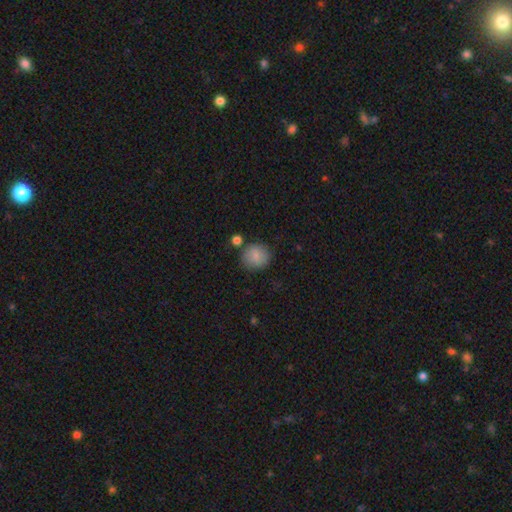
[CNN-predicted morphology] smooth-or-featured: smooth: 83% | featured or disk: 9% | star or artifact: 8%
  how-rounded: round: 86% | in between: 13% | cigar-shaped: 1%
  merging: none: 77% | minor disturbance: 12% | merger: 7% | major disturbance: 4%